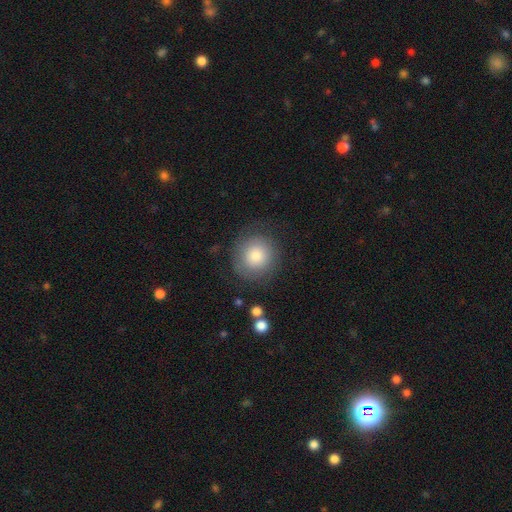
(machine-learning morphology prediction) Smooth or featured? smooth (74%)
How rounded? round (91%)
Merging? none (79%)